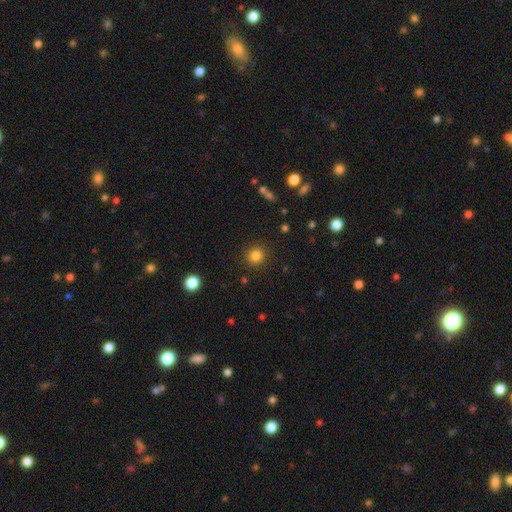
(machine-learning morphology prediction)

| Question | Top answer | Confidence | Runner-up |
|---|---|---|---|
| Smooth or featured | smooth | 82% | star or artifact (13%) |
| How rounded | round | 92% | in between (7%) |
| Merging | none | 90% | minor disturbance (6%) |